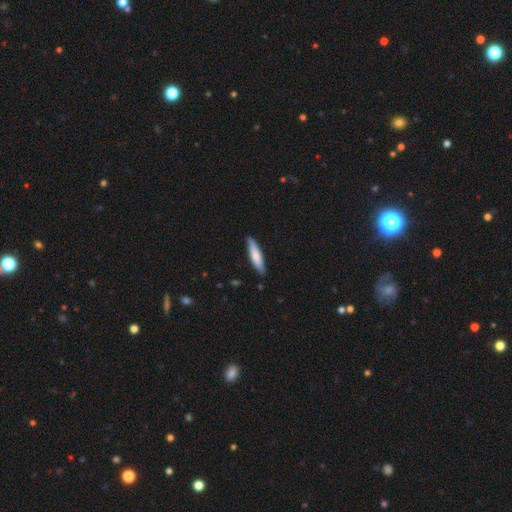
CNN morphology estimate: This appears to be a smooth galaxy with no disk features (73%) that is cigar-shaped (79%). Merging: none (85%).